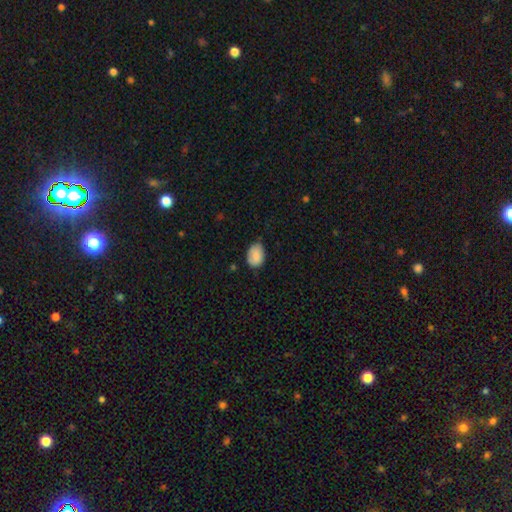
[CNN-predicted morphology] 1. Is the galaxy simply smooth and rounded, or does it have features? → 85% smooth, 8% featured or disk, 7% star or artifact.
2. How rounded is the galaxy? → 77% in between, 22% round, 1% cigar-shaped.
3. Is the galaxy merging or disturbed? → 61% none, 33% minor disturbance, 5% major disturbance, 2% merger.